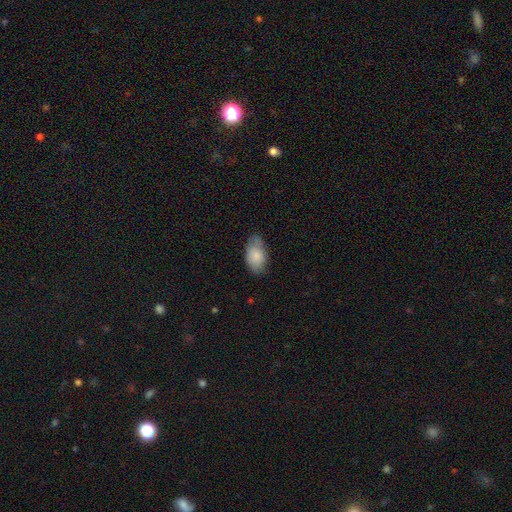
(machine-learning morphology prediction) Smooth or featured?
  - smooth: 83% *
  - featured or disk: 11%
  - star or artifact: 6%
How rounded?
  - in between: 94% *
  - round: 4%
  - cigar-shaped: 2%
Merging?
  - none: 70% *
  - minor disturbance: 24%
  - major disturbance: 5%
  - merger: 1%